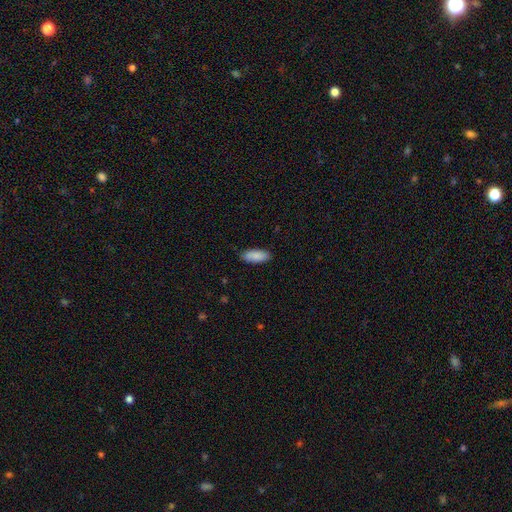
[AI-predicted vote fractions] Smooth or featured: smooth — 90% (star or artifact — 6%)
How rounded: in between — 77% (cigar-shaped — 21%)
Merging: none — 88% (minor disturbance — 9%)